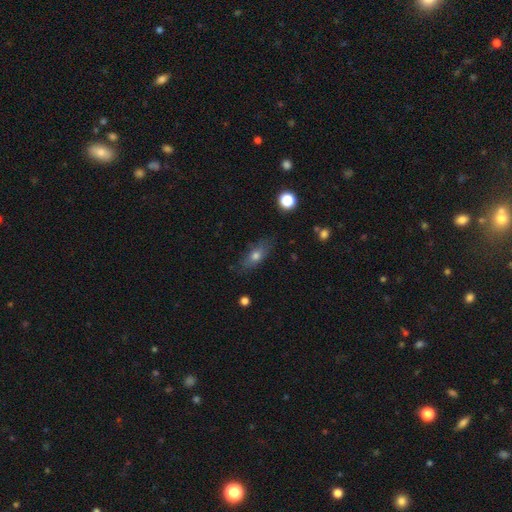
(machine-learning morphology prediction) This appears to be a smooth galaxy with no disk features (68%) that is in between round and cigar-shaped (71%). Merging: none (77%).